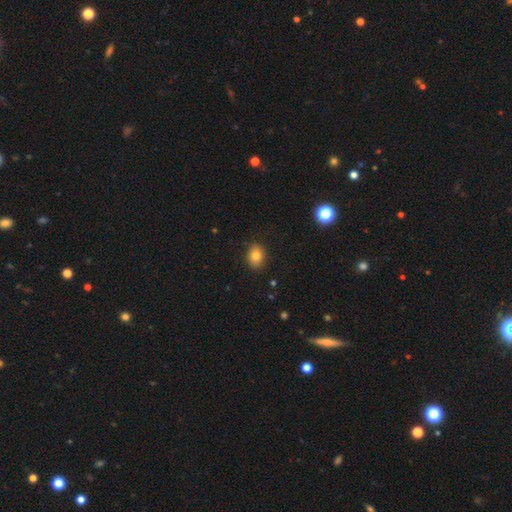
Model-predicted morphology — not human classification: A smooth galaxy with no disk features (81%) that is in between round and cigar-shaped (56%). Merging: none (87%).